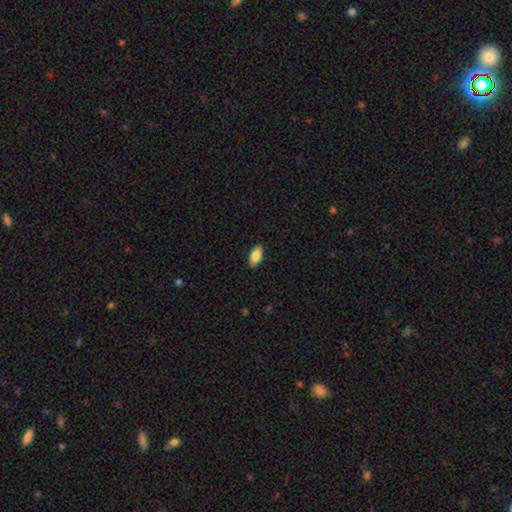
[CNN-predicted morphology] A smooth galaxy with no disk features (83%) that is in between round and cigar-shaped (89%). Merging: none (89%).